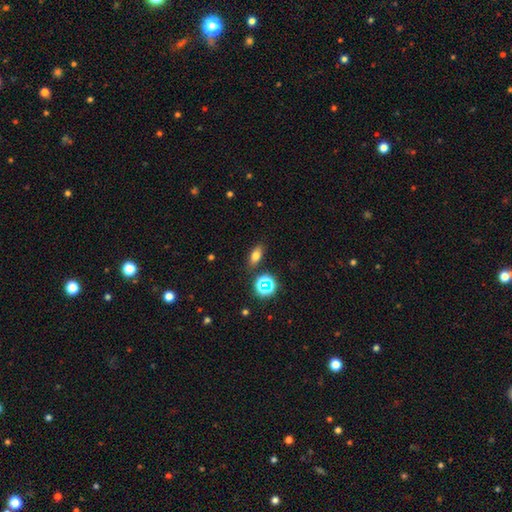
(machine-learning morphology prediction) Overall: smooth (70%). How rounded: in between (77%). Merging: none (85%).